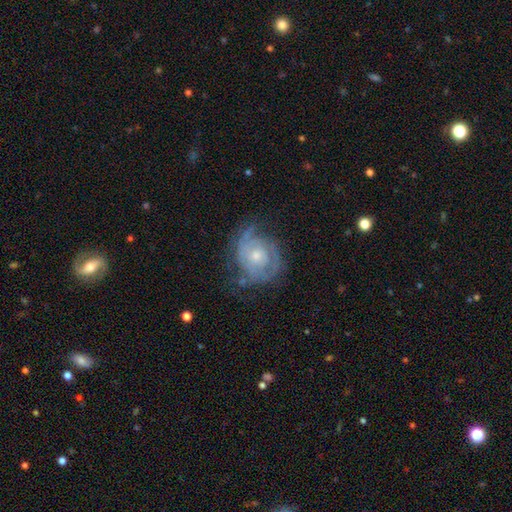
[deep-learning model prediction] Smooth or featured?
  - featured or disk: 80% *
  - smooth: 14%
  - star or artifact: 6%
Edge-on disk?
  - no: 97% *
  - yes: 3%
Bar?
  - no: 78% *
  - weak: 18%
  - strong: 3%
Spiral arms?
  - yes: 87% *
  - no: 13%
Spiral winding?
  - tight: 63% *
  - medium: 27%
  - loose: 10%
Spiral arm count?
  - can't tell: 36% * (tied)
  - 2: 36% * (tied)
  - 3: 13%
  - 1: 7%
  - 4: 4%
  - more than 4: 4%
Bulge size?
  - small: 48% *
  - moderate: 46%
  - large: 3%
  - none: 2%
  - dominant: 1%
Merging?
  - none: 58% *
  - minor disturbance: 24%
  - major disturbance: 15%
  - merger: 2%